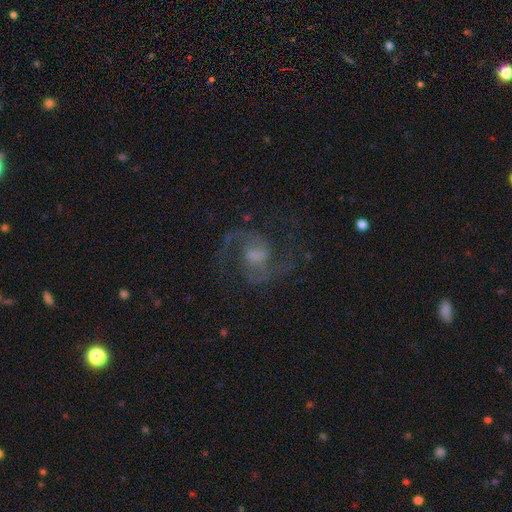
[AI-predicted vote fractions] Overall: featured or disk (90%). Edge-on disk: no (98%). Bar: weak (53%; no 31%). Spiral arms: yes (98%). Spiral arm count: 2 (93%). Spiral winding: medium (62%; loose 27%). Bulge size: moderate (34%; small 30%). Merging: none (75%).